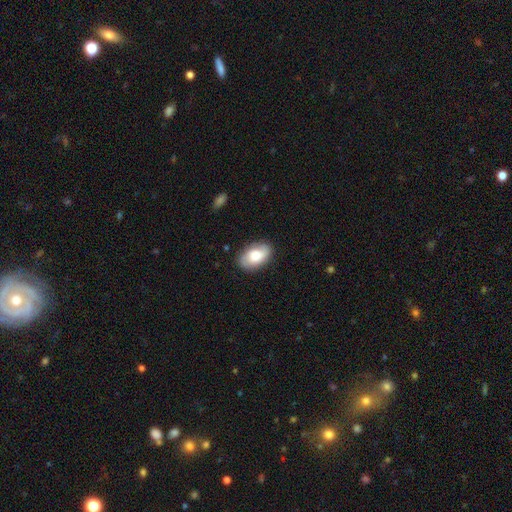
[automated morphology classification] smooth_or_featured: smooth (p=0.64) [alt: featured or disk p=0.29]
how_rounded: in between (p=0.91) [alt: round p=0.08]
merging: none (p=0.81) [alt: minor disturbance p=0.14]